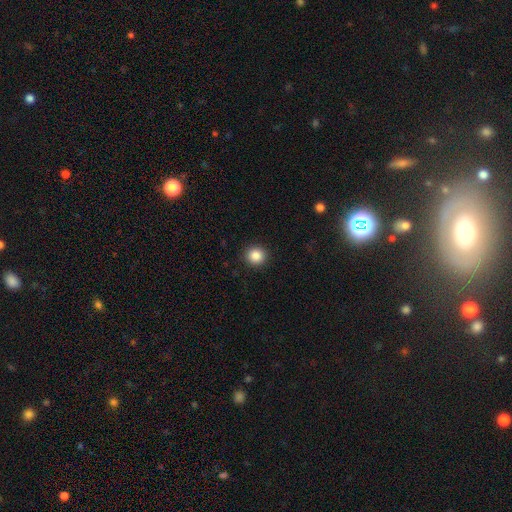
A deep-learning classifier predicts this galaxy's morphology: This is clearly a smooth galaxy (86%). How rounded: clearly round (93%). Merging: clearly none (93%).